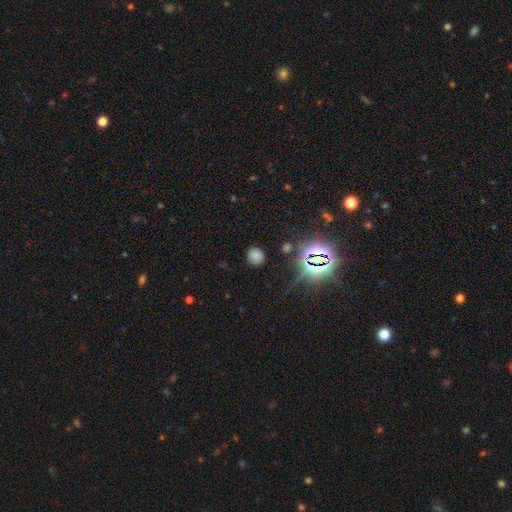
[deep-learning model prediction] Morphology: type=smooth (68%); roundness=round (79%); merging=none (84%).